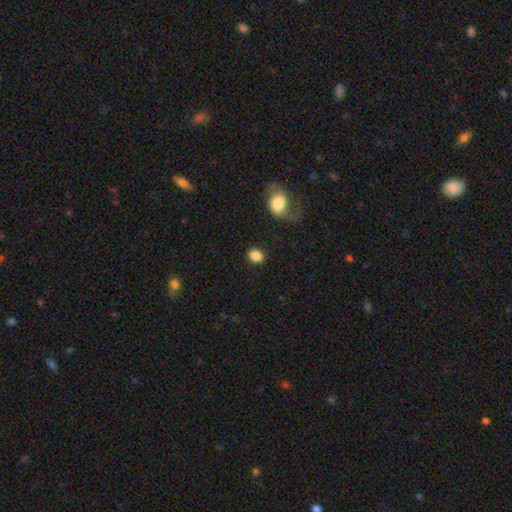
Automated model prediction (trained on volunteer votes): Smooth or featured? Predicted: smooth (p=0.87). How rounded? Predicted: round (p=0.55). Merging? Predicted: none (p=0.85).